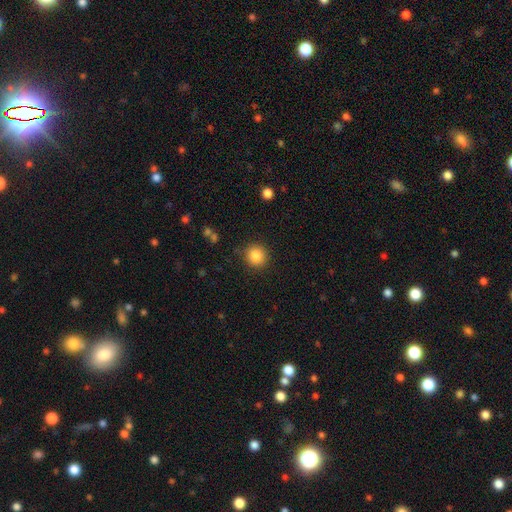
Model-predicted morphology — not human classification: Smooth or featured?
  - smooth: 85% *
  - star or artifact: 10%
  - featured or disk: 5%
How rounded?
  - round: 93% *
  - in between: 6%
  - cigar-shaped: 1%
Merging?
  - none: 89% *
  - minor disturbance: 7%
  - major disturbance: 2%
  - merger: 1%